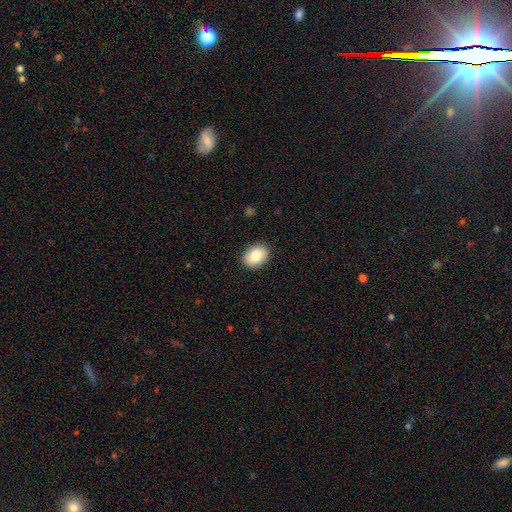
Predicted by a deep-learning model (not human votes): This is clearly a smooth galaxy (82%). How rounded: likely in between (68%). Merging: clearly none (89%).